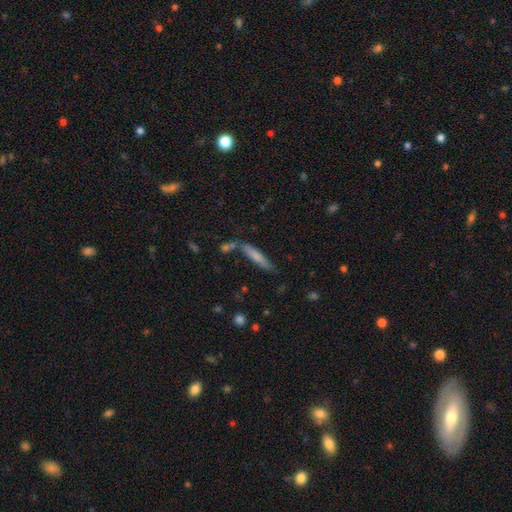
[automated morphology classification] smooth 66%, featured or disk 27%, star or artifact 7%. Down the decision tree: how rounded — cigar-shaped (88%); merging — none (71%).